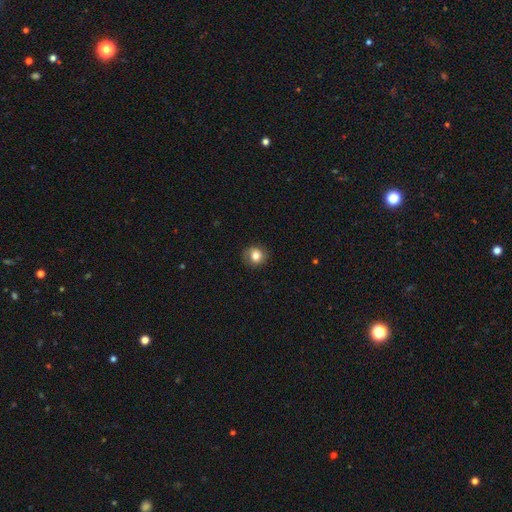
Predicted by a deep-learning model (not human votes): The model was most divided on "how rounded": round: 79%, in between: 20%, cigar-shaped: 1%. More confident: merging — none (83%); smooth or featured — smooth (76%).